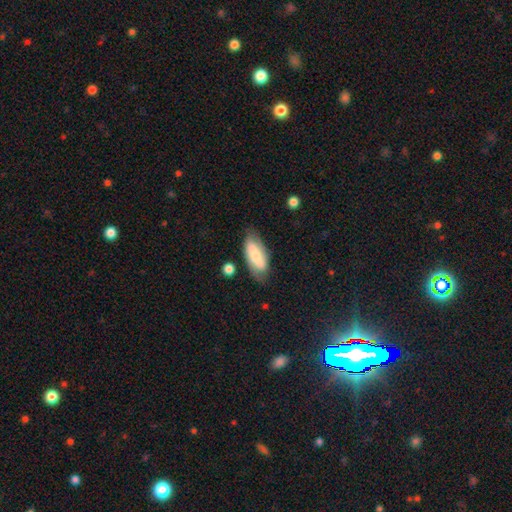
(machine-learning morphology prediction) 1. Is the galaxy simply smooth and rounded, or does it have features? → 52% smooth, 41% featured or disk, 7% star or artifact.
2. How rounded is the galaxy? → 82% in between, 16% cigar-shaped, 3% round.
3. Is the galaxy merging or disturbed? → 73% none, 20% minor disturbance, 5% major disturbance, 3% merger.